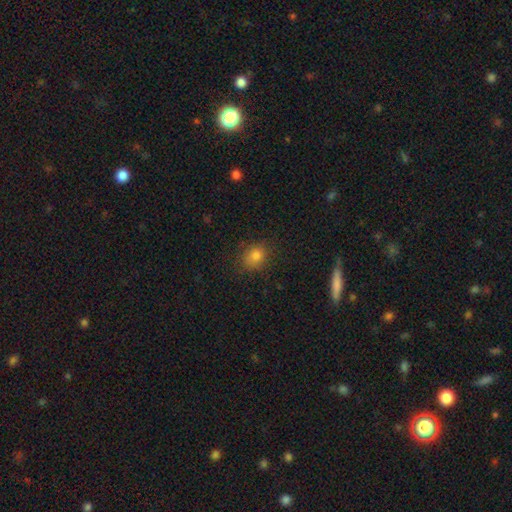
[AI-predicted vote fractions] Smooth or featured?
  - smooth: 80% *
  - star or artifact: 13%
  - featured or disk: 8%
How rounded?
  - round: 63% *
  - in between: 35%
  - cigar-shaped: 1%
Merging?
  - none: 82% *
  - minor disturbance: 13%
  - major disturbance: 3%
  - merger: 1%